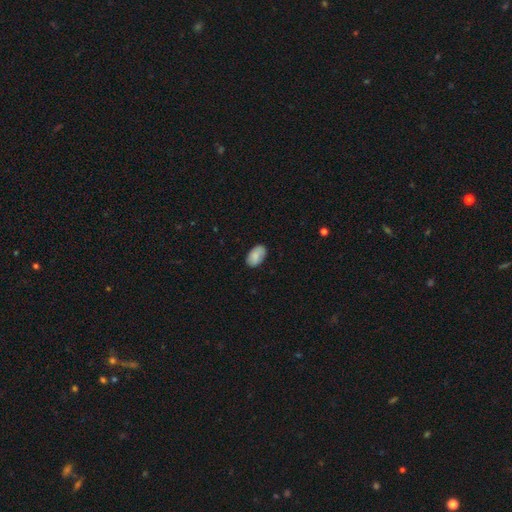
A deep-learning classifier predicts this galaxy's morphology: This appears to be a smooth galaxy with no disk features (85%) that is in between round and cigar-shaped (94%). Merging: none (83%).